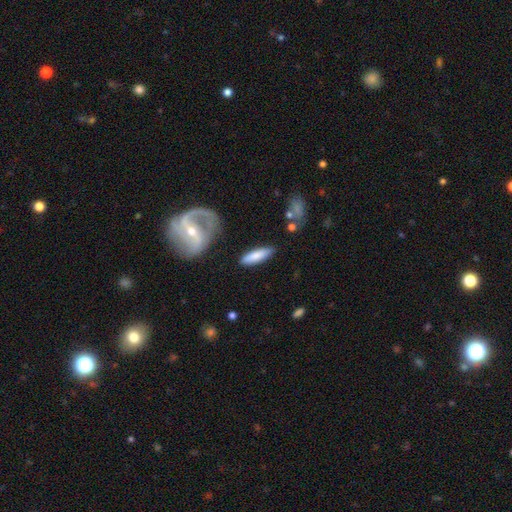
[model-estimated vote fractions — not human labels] The model was most divided on "how rounded": cigar-shaped: 62%, in between: 36%, round: 2%. More confident: merging — none (82%); smooth or featured — smooth (75%).